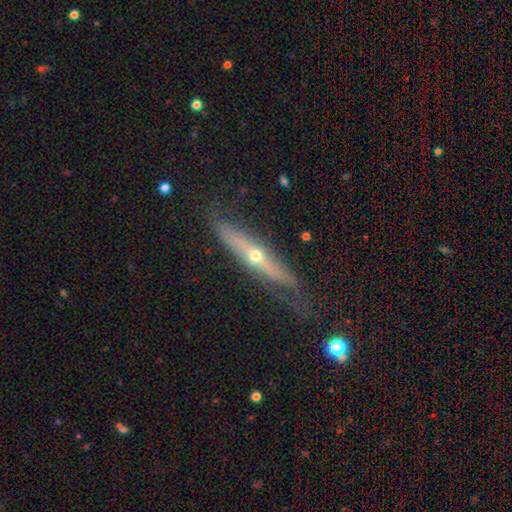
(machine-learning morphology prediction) Smooth or featured? featured or disk (68%)
Edge-on disk? yes (84%)
Edge-on bulge? rounded (87%)
Merging? none (66%)